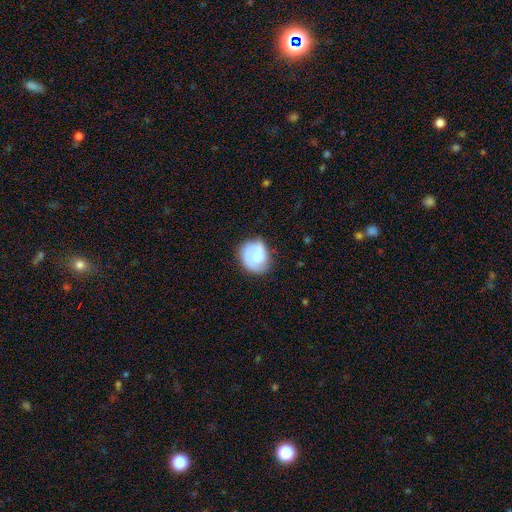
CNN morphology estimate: smooth-or-featured: smooth: 50% | featured or disk: 44% | star or artifact: 7%
  merging: none: 68% | minor disturbance: 22% | major disturbance: 8% | merger: 2%